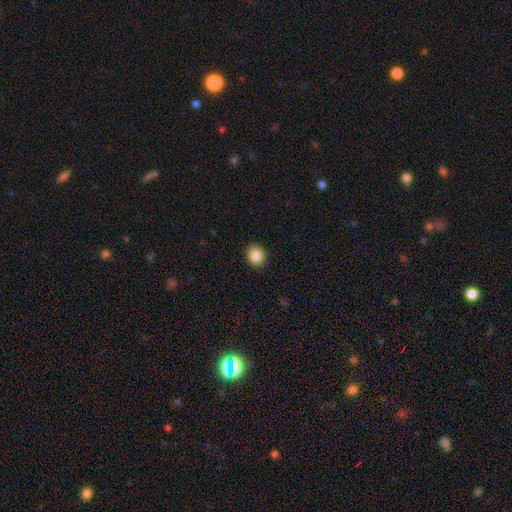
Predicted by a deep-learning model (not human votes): Smooth or featured?
  - smooth: 86% *
  - star or artifact: 9%
  - featured or disk: 5%
How rounded?
  - round: 72% *
  - in between: 27%
  - cigar-shaped: 1%
Merging?
  - none: 90% *
  - minor disturbance: 8%
  - major disturbance: 2%
  - merger: 1%